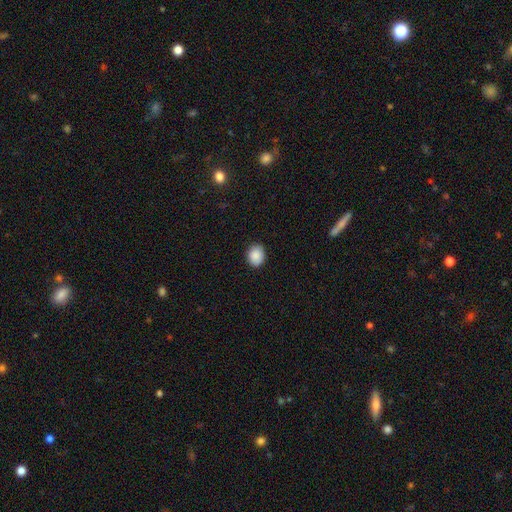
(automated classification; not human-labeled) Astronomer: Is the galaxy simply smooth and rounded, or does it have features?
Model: smooth — 89%.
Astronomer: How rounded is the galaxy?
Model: round — 52% (runner-up: in between, 47%).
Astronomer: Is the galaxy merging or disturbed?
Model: none — 86%.